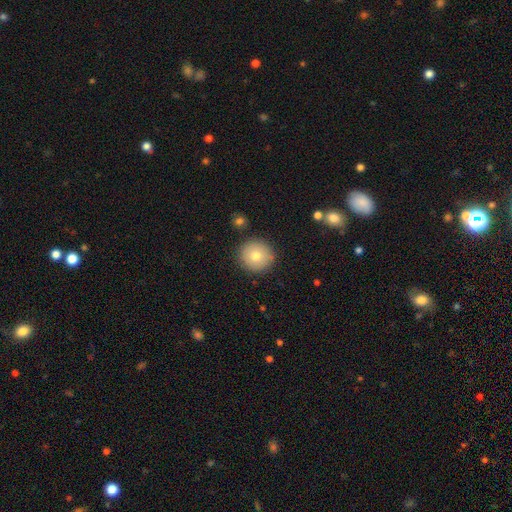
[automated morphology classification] This appears to be a smooth galaxy with no disk features (76%) that is round (94%). Merging: none (89%).